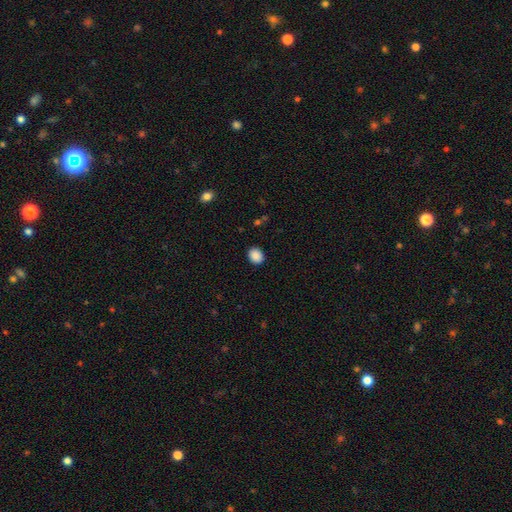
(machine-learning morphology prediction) Overall: smooth (89%). How rounded: round (55%; in between 45%). Merging: none (90%).